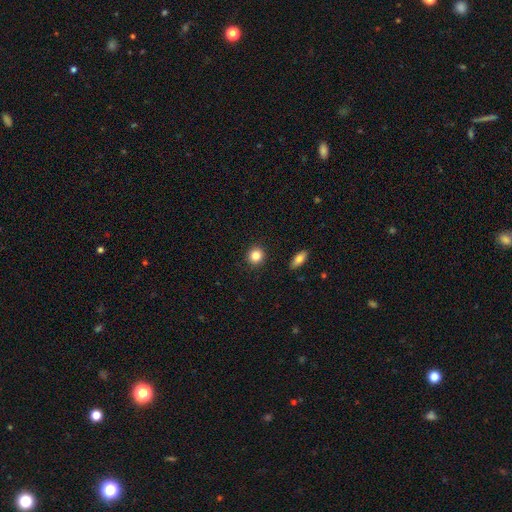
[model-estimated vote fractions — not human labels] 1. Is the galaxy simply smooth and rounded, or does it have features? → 85% smooth, 10% star or artifact, 6% featured or disk.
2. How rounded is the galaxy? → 87% round, 12% in between, 1% cigar-shaped.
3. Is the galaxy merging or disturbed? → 91% none, 6% minor disturbance, 2% major disturbance, 2% merger.